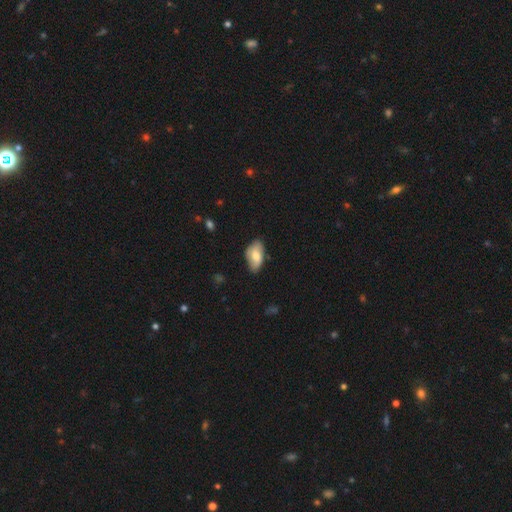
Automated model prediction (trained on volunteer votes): This appears to be a smooth galaxy with no disk features (72%) that is in between round and cigar-shaped (94%). Merging: none (65%).